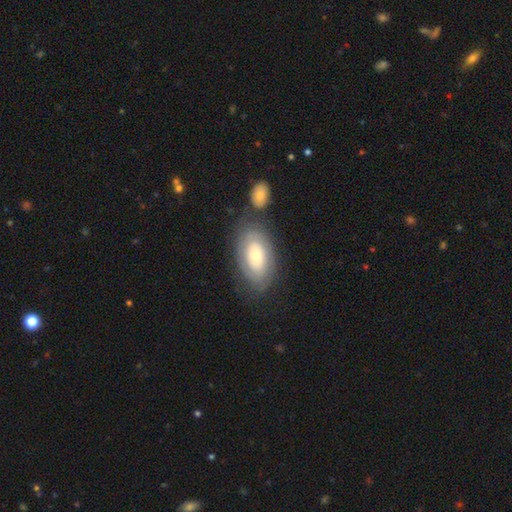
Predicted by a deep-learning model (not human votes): A smooth galaxy with no disk features (51%) that is in between round and cigar-shaped (92%).

Vote fractions:
- Smooth or featured? smooth: 51% / featured or disk: 42% / star or artifact: 7%
- How rounded? in between: 92% / round: 6% / cigar-shaped: 2%
- Merging? none: 68% / minor disturbance: 17% / merger: 8% / major disturbance: 7%